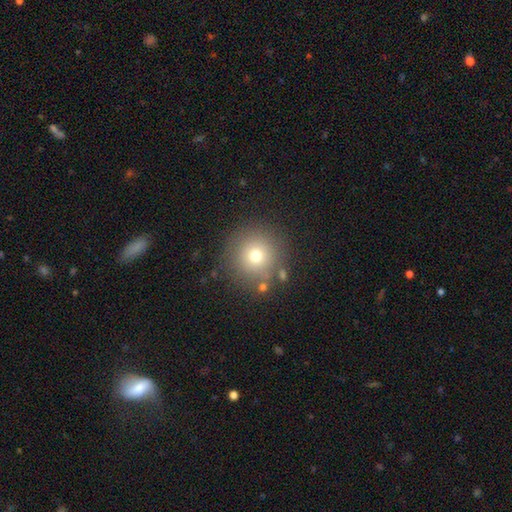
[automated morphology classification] A smooth galaxy with no disk features (71%) that is round (95%). Merging: none (83%).